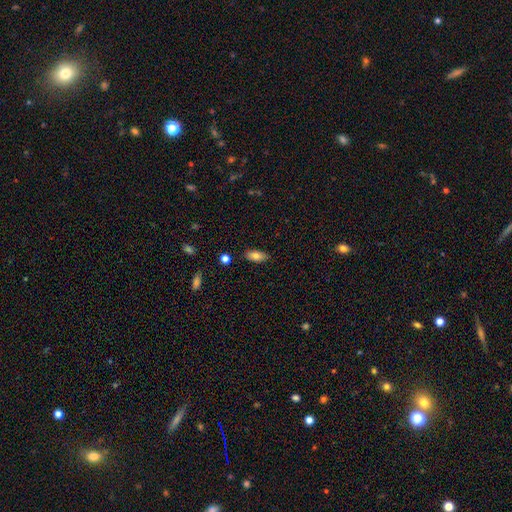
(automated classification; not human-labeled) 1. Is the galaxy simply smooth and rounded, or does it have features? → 78% smooth, 13% featured or disk, 8% star or artifact.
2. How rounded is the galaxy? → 86% in between, 10% cigar-shaped, 4% round.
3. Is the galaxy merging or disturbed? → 86% none, 11% minor disturbance, 2% major disturbance, 2% merger.